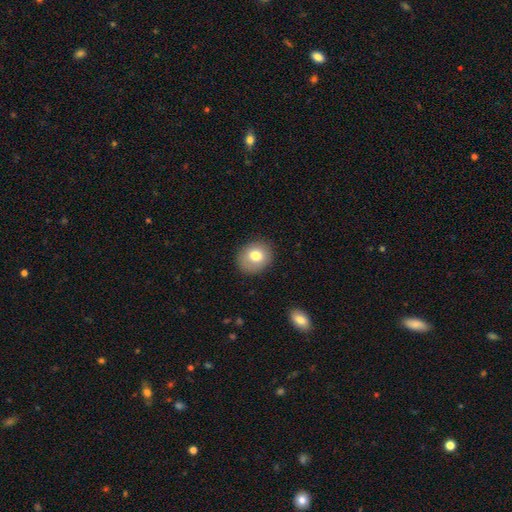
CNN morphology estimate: smooth_or_featured: smooth (p=0.77) [alt: featured or disk p=0.14]
how_rounded: round (p=0.68) [alt: in between p=0.31]
merging: none (p=0.85) [alt: minor disturbance p=0.10]